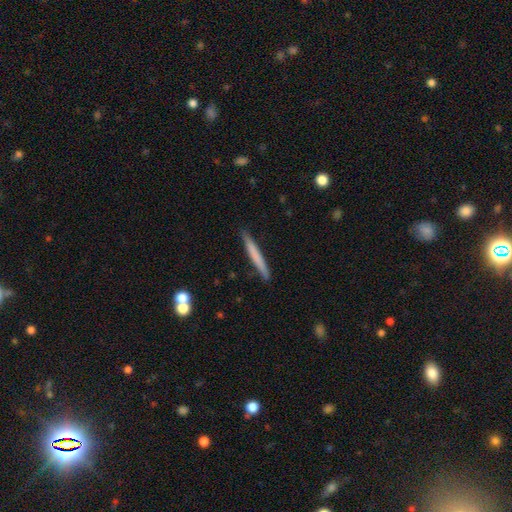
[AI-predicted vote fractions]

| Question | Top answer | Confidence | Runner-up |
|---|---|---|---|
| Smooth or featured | smooth | 66% | featured or disk (29%) |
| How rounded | cigar-shaped | 97% | in between (2%) |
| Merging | none | 88% | minor disturbance (9%) |